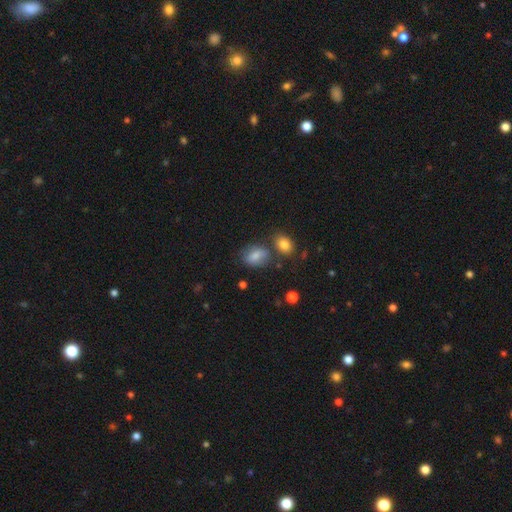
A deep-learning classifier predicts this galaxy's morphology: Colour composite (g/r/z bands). It shows a smooth galaxy with no disk features (75%) that is in between round and cigar-shaped (71%). Merging: none (63%).